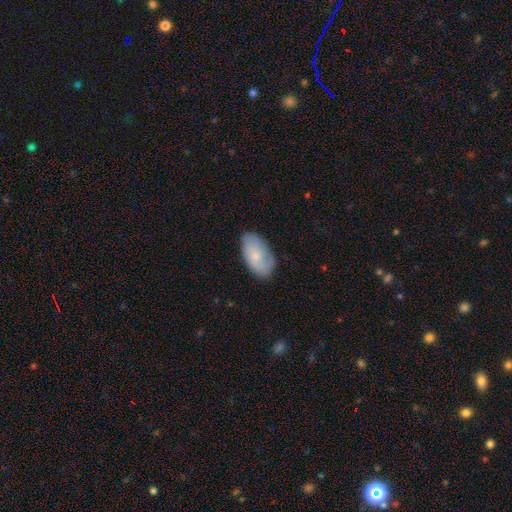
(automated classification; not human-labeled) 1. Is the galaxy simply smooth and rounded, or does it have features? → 68% smooth, 25% featured or disk, 6% star or artifact.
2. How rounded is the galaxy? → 94% in between, 3% round, 2% cigar-shaped.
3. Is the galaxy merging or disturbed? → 77% none, 18% minor disturbance, 4% major disturbance, 1% merger.